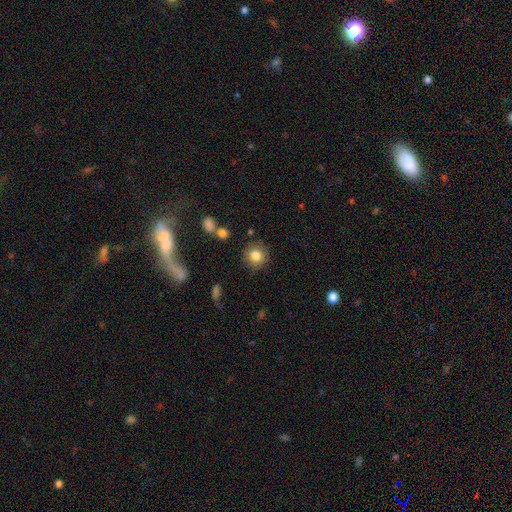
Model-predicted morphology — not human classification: The model was most divided on "smooth or featured": smooth: 82%, star or artifact: 10%, featured or disk: 8%. More confident: how rounded — round (91%); merging — none (84%).